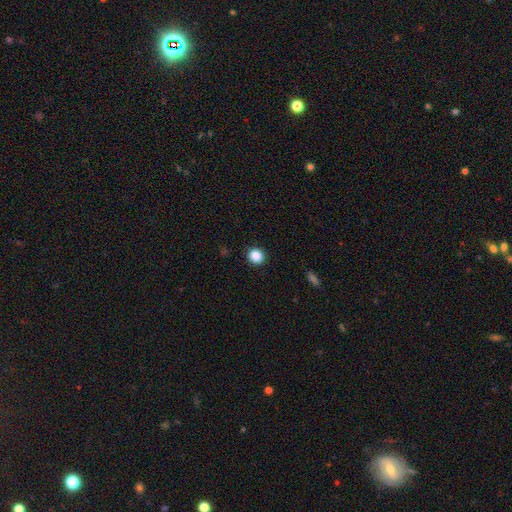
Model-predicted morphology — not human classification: This appears to be a smooth galaxy with no disk features (87%) that is round (88%). Merging: none (91%).